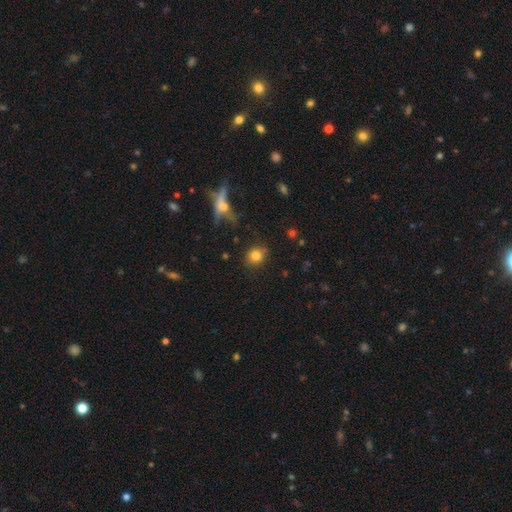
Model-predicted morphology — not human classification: Smooth or featured: smooth — 79% (star or artifact — 12%)
How rounded: round — 80% (in between — 19%)
Merging: none — 83% (minor disturbance — 11%)